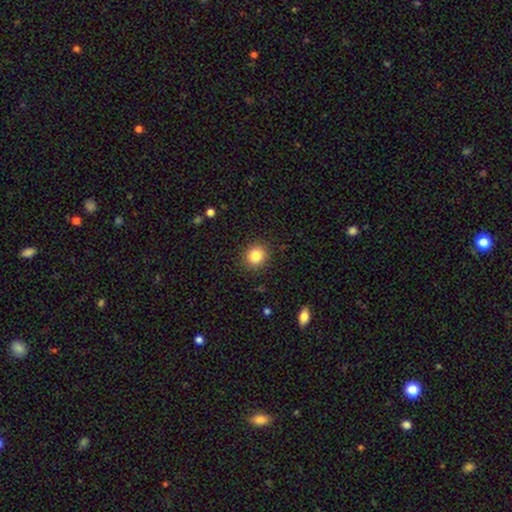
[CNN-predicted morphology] type=smooth (84%); roundness=round (85%); merging=none (90%).